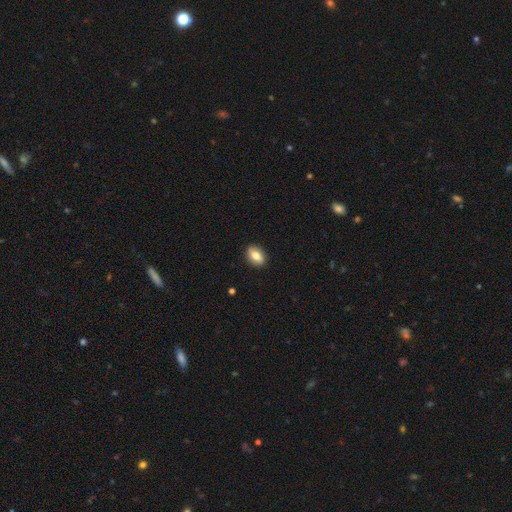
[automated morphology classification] smooth-or-featured: smooth: 78% | featured or disk: 14% | star or artifact: 8%
  how-rounded: in between: 82% | round: 16% | cigar-shaped: 2%
  merging: none: 89% | minor disturbance: 8% | major disturbance: 2% | merger: 1%